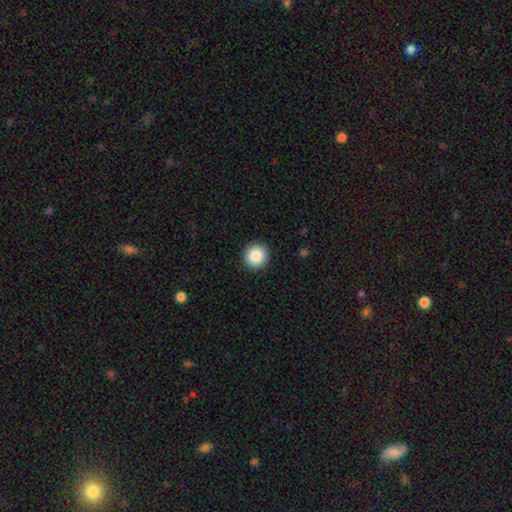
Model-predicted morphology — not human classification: smooth 87%, star or artifact 9%, featured or disk 4%. Down the decision tree: how rounded — round (95%); merging — none (92%).